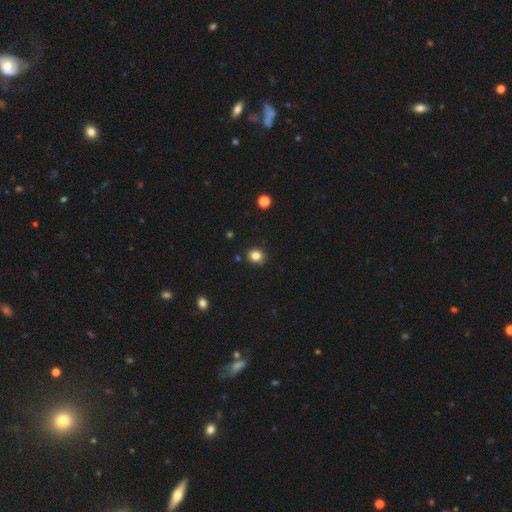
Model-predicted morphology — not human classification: Smooth or featured? smooth (82%)
How rounded? round (78%)
Merging? none (87%)